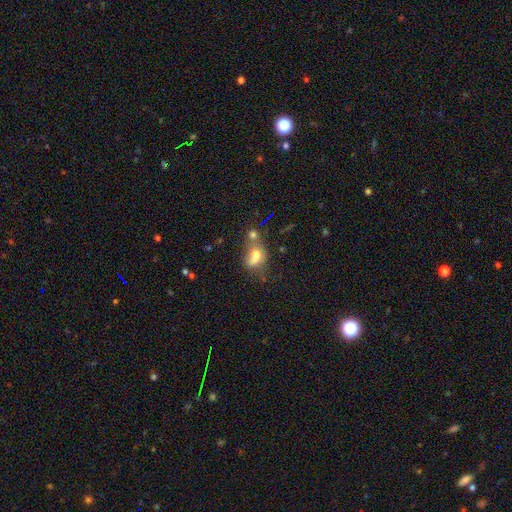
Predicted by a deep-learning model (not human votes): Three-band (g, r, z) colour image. It shows a smooth galaxy with no disk features (64%) that is in between round and cigar-shaped (70%). Merging: merger (43%).